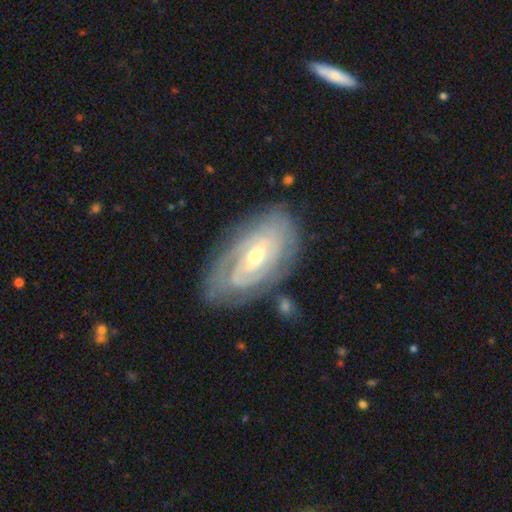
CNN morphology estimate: Overall: featured or disk (84%). Edge-on disk: no (93%). Bar: no (40%, tied with weak). Spiral arms: yes (87%). Spiral arm count: can't tell (43%; 2 29%). Spiral winding: tight (76%). Bulge size: moderate (49%; small 47%). Merging: none (75%).